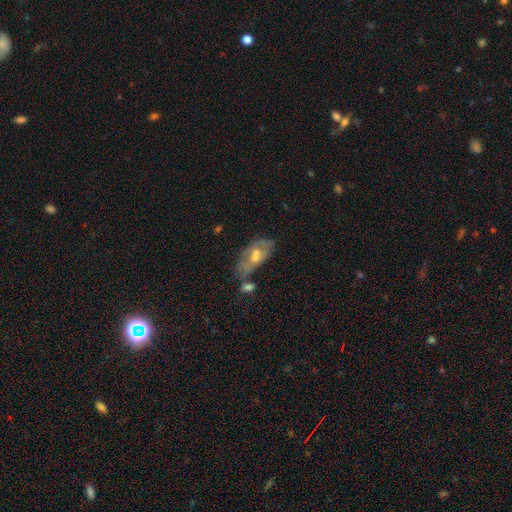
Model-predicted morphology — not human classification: smooth_or_featured: featured or disk (p=0.52) [alt: smooth p=0.38]
disk_edge_on: no (p=0.87) [alt: yes p=0.13]
merging: none (p=0.45) [alt: minor disturbance p=0.22]